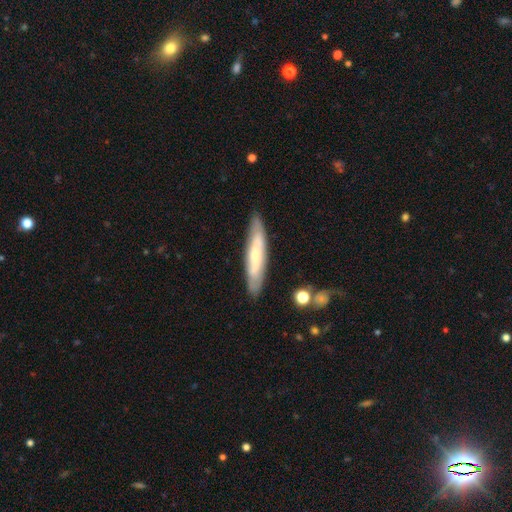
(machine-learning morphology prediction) smooth-or-featured: featured or disk: 49% | smooth: 45% | star or artifact: 6%
  merging: none: 85% | minor disturbance: 11% | major disturbance: 2% | merger: 2%